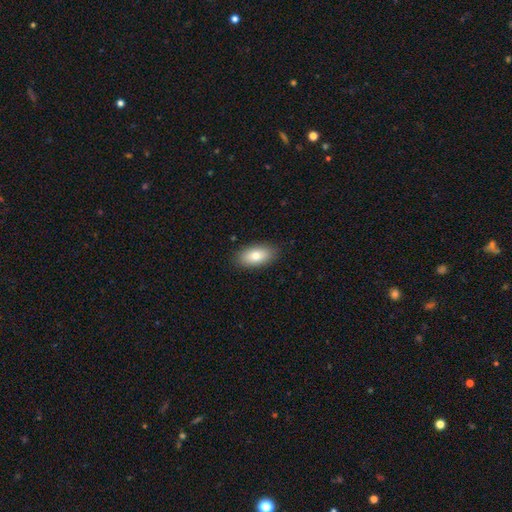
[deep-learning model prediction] The model was most divided on "smooth or featured": smooth: 78%, featured or disk: 15%, star or artifact: 7%. More confident: how rounded — in between (90%); merging — none (88%).